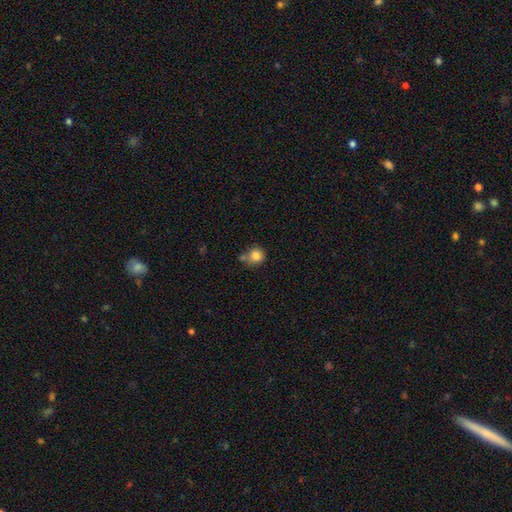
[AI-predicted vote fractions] Smooth or featured? Predicted: smooth (p=0.82). How rounded? Predicted: round (p=0.87). Merging? Predicted: none (p=0.59).